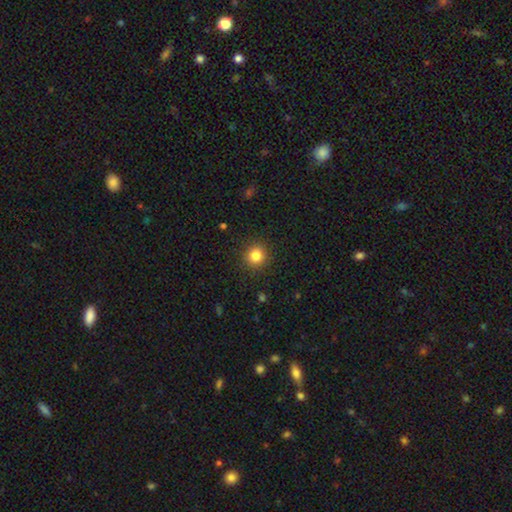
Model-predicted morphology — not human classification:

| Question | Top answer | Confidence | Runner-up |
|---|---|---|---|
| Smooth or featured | smooth | 83% | star or artifact (12%) |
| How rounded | round | 91% | in between (8%) |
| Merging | none | 91% | minor disturbance (6%) |